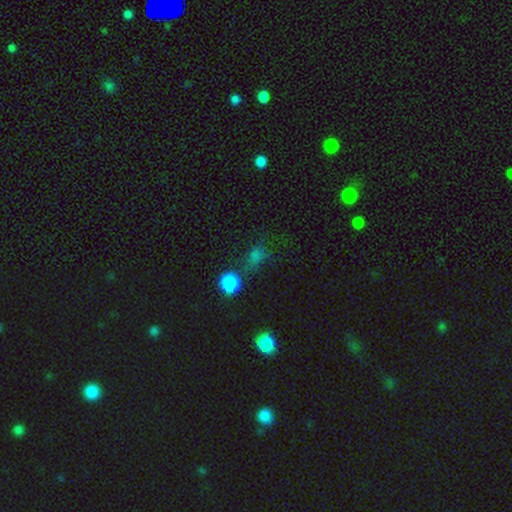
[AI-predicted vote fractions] Smooth or featured? smooth (61%)
How rounded? round (67%)
Merging? none (59%)